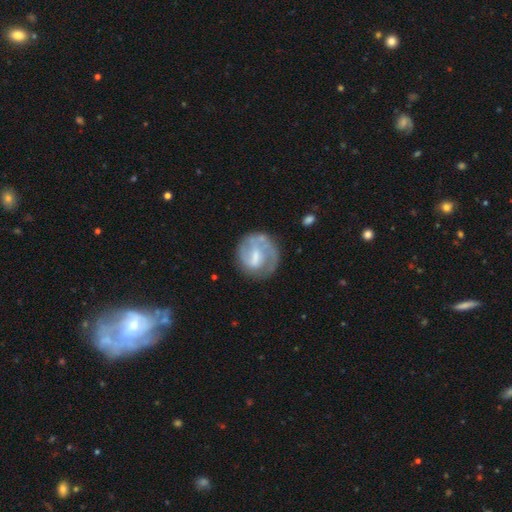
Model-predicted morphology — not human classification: smooth_or_featured: featured or disk (p=0.63) [alt: smooth p=0.31]
disk_edge_on: no (p=0.98) [alt: yes p=0.02]
bar: weak (p=0.51) [alt: no p=0.28]
has_spiral_arms: yes (p=0.70) [alt: no p=0.30]
bulge_size: small (p=0.34) [tied with: moderate p=0.34]
merging: none (p=0.62) [alt: minor disturbance p=0.20]